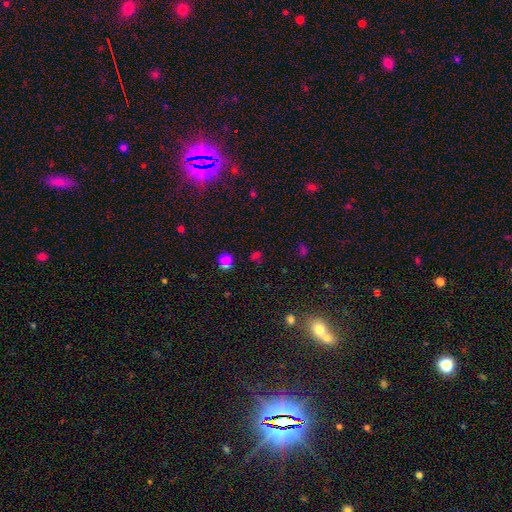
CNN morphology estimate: smooth_or_featured: smooth (p=0.55) [alt: star or artifact p=0.37]
how_rounded: round (p=0.66) [alt: in between p=0.32]
merging: none (p=0.69) [alt: minor disturbance p=0.13]